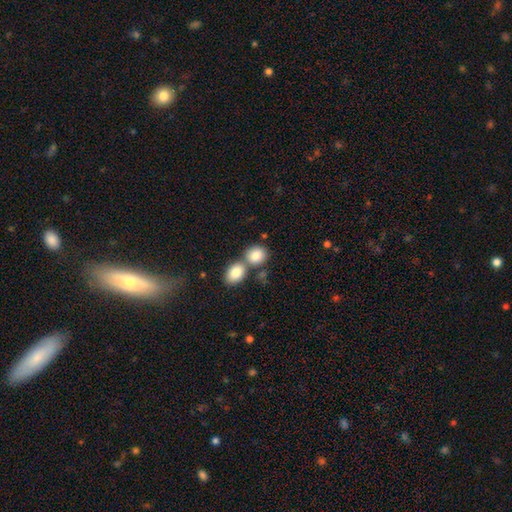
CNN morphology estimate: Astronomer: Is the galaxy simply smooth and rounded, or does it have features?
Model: smooth — 84%.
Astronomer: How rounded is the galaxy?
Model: round — 59% (runner-up: in between, 40%).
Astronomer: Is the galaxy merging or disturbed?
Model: merger — 47% (runner-up: none, 43%).